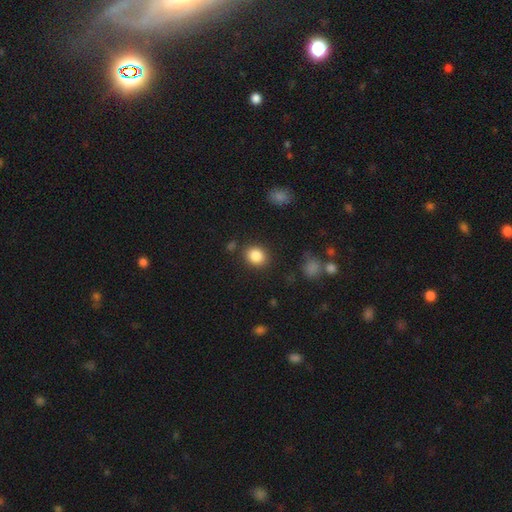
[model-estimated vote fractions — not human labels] Q: Smooth or featured?
A: smooth (86%); runner-up: star or artifact (9%)
Q: How rounded?
A: round (62%); runner-up: in between (37%)
Q: Merging?
A: none (85%); runner-up: minor disturbance (9%)